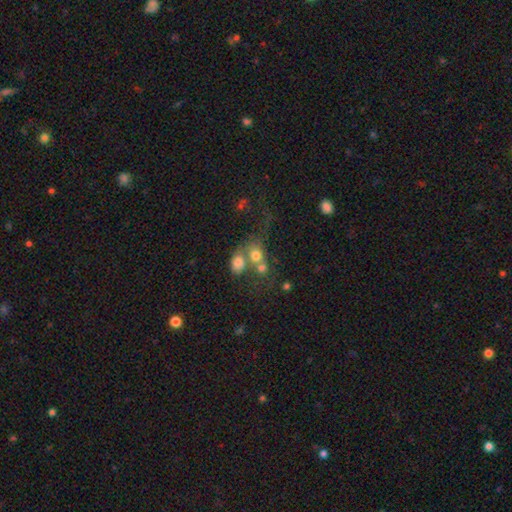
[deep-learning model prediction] A smooth galaxy with no disk features (66%) that is round (57%). Merging: merger (56%).